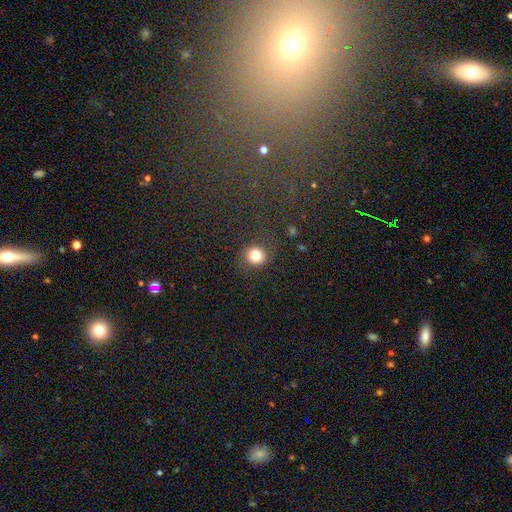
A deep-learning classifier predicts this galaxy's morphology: Smooth or featured? Predicted: smooth (p=0.80). How rounded? Predicted: round (p=0.90). Merging? Predicted: none (p=0.85).